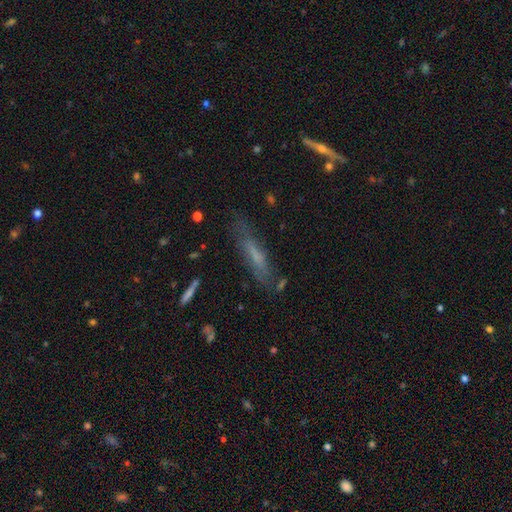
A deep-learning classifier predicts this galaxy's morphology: Q: Smooth or featured?
A: smooth (46%); runner-up: featured or disk (44%)
Q: Merging?
A: none (71%); runner-up: minor disturbance (20%)